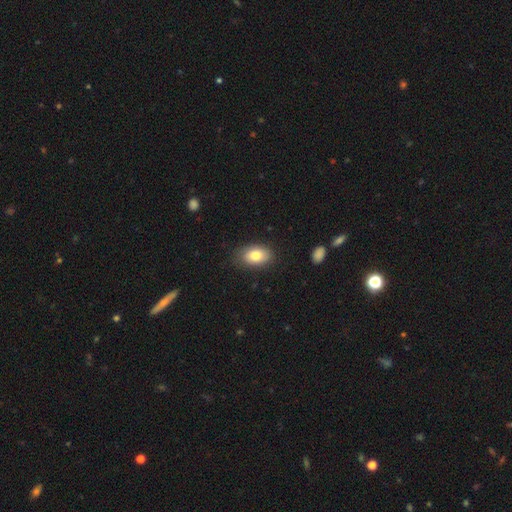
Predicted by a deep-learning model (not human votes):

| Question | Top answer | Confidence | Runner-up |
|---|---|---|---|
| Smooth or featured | smooth | 78% | featured or disk (14%) |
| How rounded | in between | 87% | round (12%) |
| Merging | none | 82% | minor disturbance (14%) |